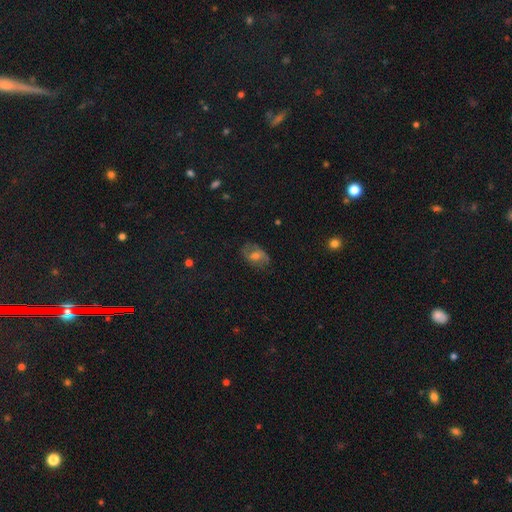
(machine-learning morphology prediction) Smooth or featured?
  - featured or disk: 48% *
  - smooth: 37%
  - star or artifact: 14%
Merging?
  - none: 71% *
  - minor disturbance: 19%
  - major disturbance: 9%
  - merger: 1%